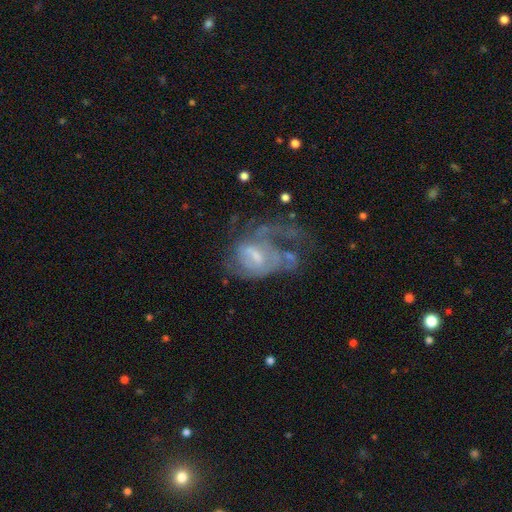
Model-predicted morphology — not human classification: This is likely a featured or disk galaxy (73%). It is clearly not viewed edge-on (97%). Bar: possibly weak (50%). Spiral arm pattern: likely yes (67%). Central bulge: possibly small (45%). Merging: possibly major disturbance (51%).